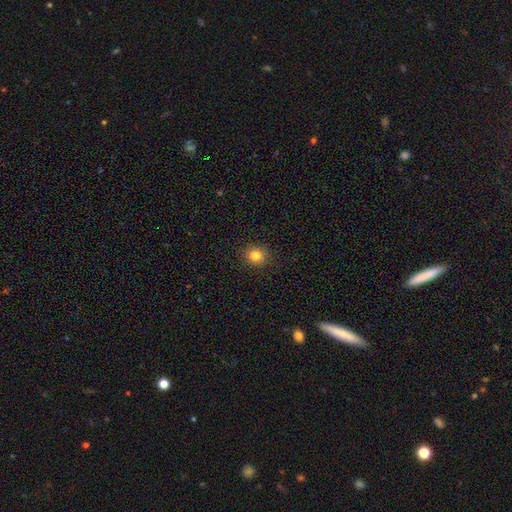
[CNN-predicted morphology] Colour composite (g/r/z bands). It shows a smooth galaxy with no disk features (81%) that is round (82%). Merging: none (90%).